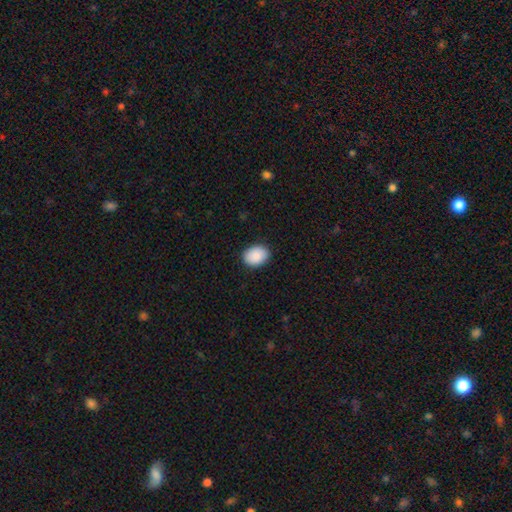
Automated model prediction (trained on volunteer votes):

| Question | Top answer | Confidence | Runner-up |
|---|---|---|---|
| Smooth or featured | smooth | 90% | star or artifact (6%) |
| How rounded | in between | 67% | round (32%) |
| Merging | none | 88% | minor disturbance (9%) |